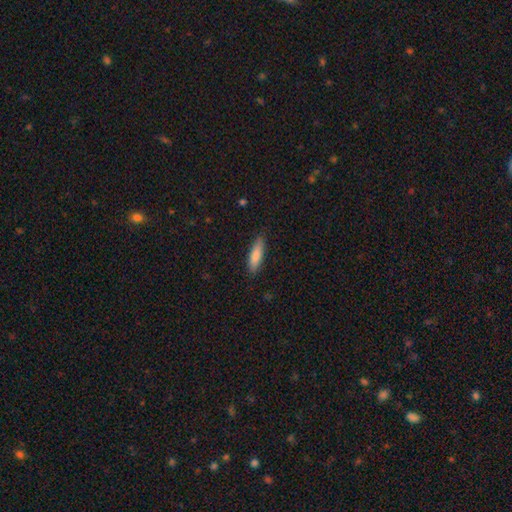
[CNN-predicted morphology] Smooth or featured?
  - smooth: 81% *
  - featured or disk: 13%
  - star or artifact: 6%
How rounded?
  - cigar-shaped: 59% *
  - in between: 39%
  - round: 2%
Merging?
  - none: 86% *
  - minor disturbance: 11%
  - major disturbance: 2%
  - merger: 1%